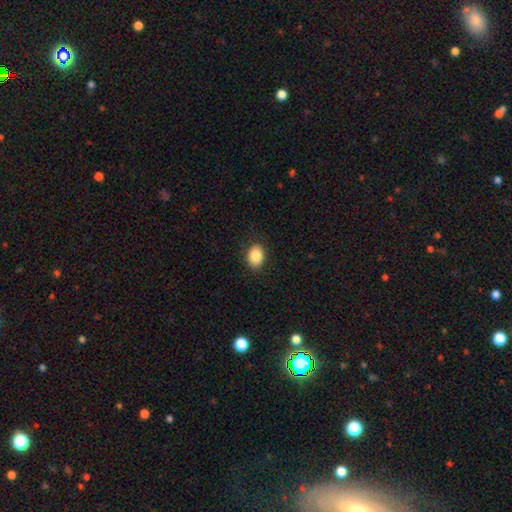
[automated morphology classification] This is clearly a smooth galaxy (87%). How rounded: likely in between (70%). Merging: clearly none (87%).